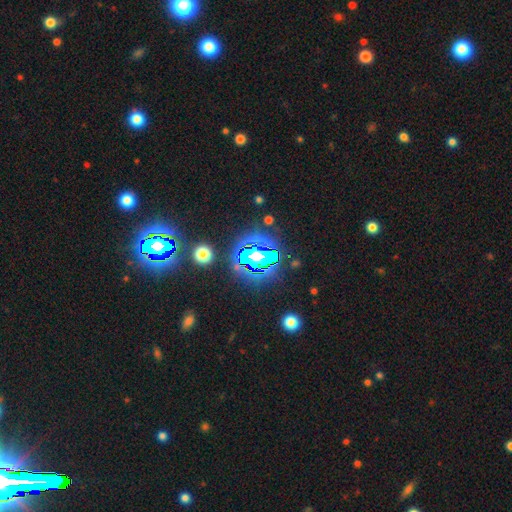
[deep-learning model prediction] Q: Smooth or featured?
A: star or artifact (64%); runner-up: smooth (23%)